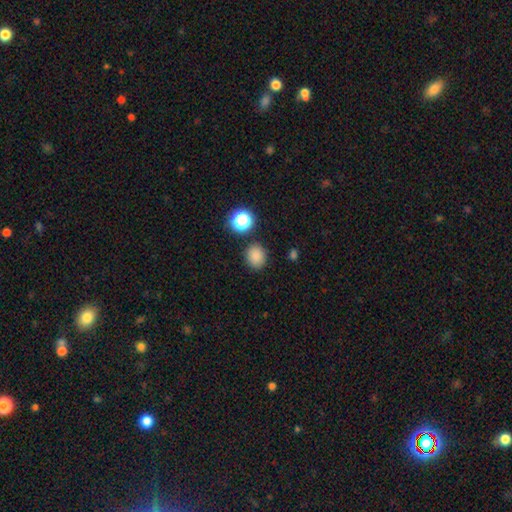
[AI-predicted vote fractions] Smooth or featured: smooth — 82% (star or artifact — 14%)
How rounded: round — 73% (in between — 26%)
Merging: none — 84% (minor disturbance — 9%)